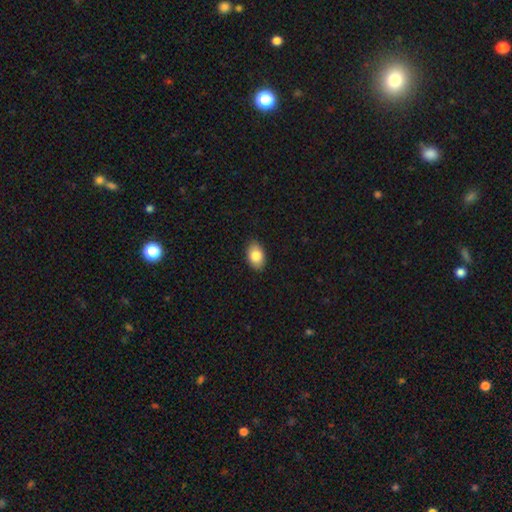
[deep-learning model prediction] The model was most divided on "smooth or featured": smooth: 85%, featured or disk: 8%, star or artifact: 7%. More confident: merging — none (89%); how rounded — in between (89%).